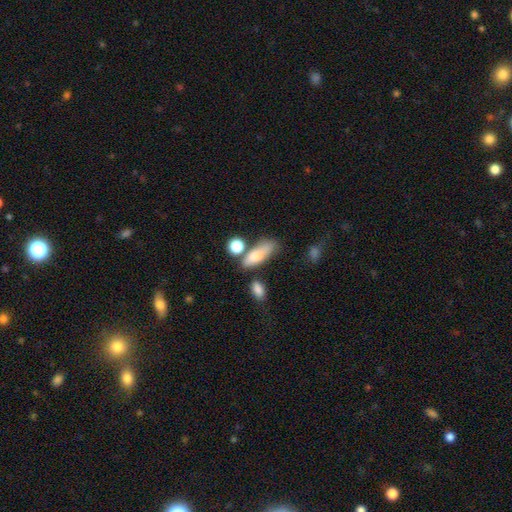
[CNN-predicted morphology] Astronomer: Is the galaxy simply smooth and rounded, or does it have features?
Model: smooth — 76%.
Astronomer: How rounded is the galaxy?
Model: in between — 65%.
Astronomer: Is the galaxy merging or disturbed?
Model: none — 50%.